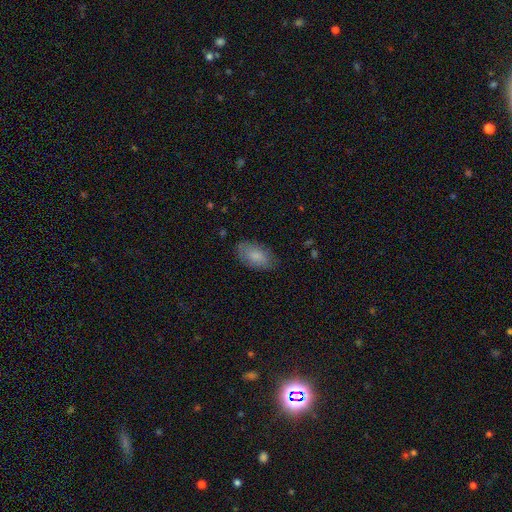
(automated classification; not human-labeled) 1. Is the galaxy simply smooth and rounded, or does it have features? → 81% smooth, 12% featured or disk, 7% star or artifact.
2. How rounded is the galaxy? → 94% in between, 4% round, 2% cigar-shaped.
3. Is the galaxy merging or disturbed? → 79% none, 17% minor disturbance, 4% major disturbance, 1% merger.